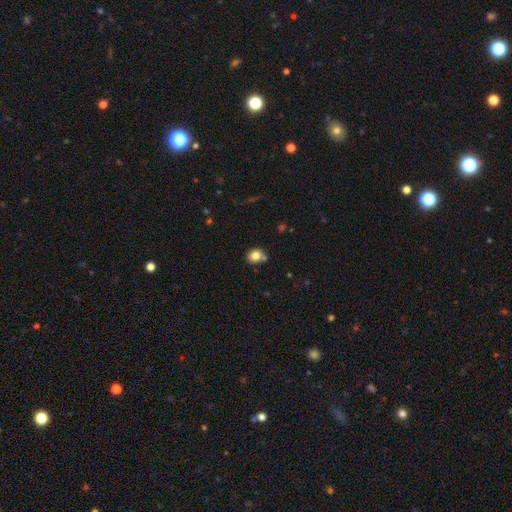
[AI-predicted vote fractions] A smooth galaxy with no disk features (81%) that is round (70%). Merging: none (69%).